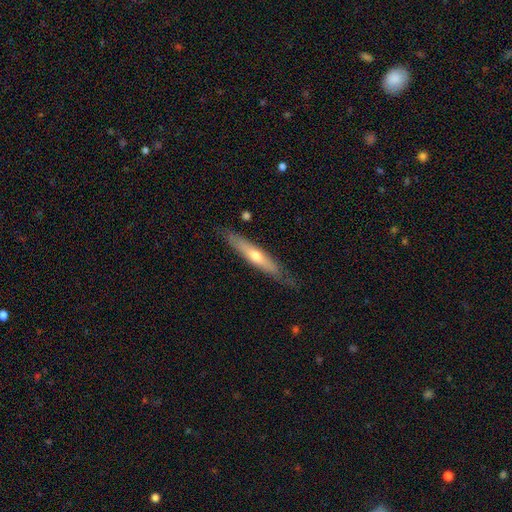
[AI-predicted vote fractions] Smooth or featured?
  - featured or disk: 54% *
  - smooth: 40%
  - star or artifact: 6%
Edge-on disk?
  - yes: 87% *
  - no: 13%
Merging?
  - none: 80% *
  - minor disturbance: 15%
  - major disturbance: 3%
  - merger: 1%